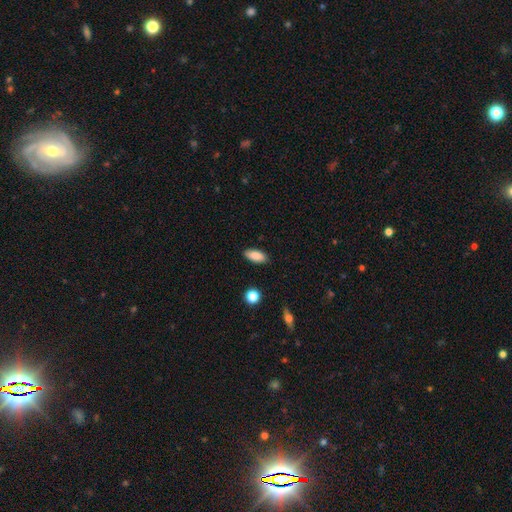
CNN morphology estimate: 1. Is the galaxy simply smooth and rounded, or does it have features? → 87% smooth, 7% star or artifact, 6% featured or disk.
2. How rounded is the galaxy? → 88% in between, 10% cigar-shaped, 3% round.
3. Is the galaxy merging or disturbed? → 87% none, 9% minor disturbance, 2% major disturbance, 1% merger.